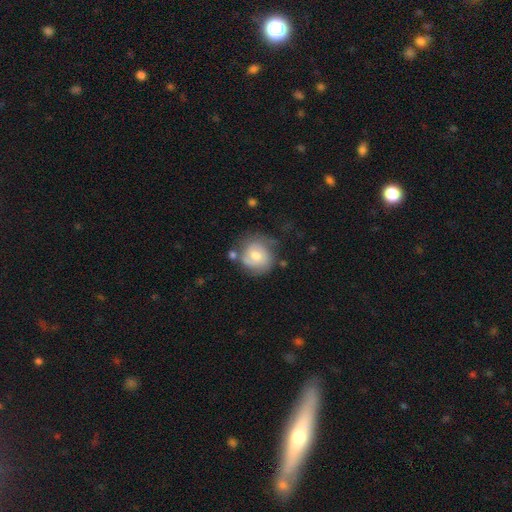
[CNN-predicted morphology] Overall: smooth (56%; featured or disk 36%). How rounded: round (83%). Merging: none (55%; minor disturbance 25%).